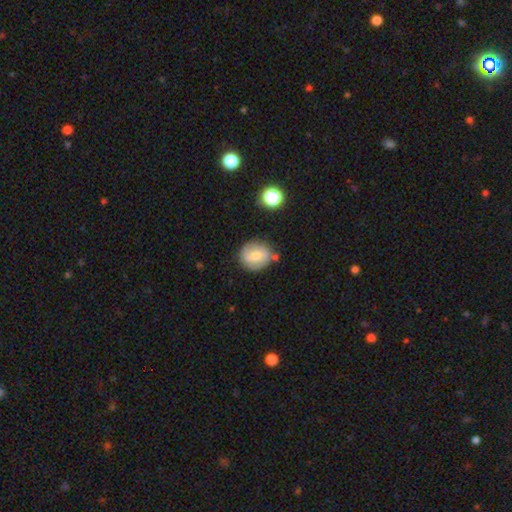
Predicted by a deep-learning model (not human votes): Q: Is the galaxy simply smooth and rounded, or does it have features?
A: smooth — 61%.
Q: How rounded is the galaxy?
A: round — 81%.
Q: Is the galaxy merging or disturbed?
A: none — 74%.